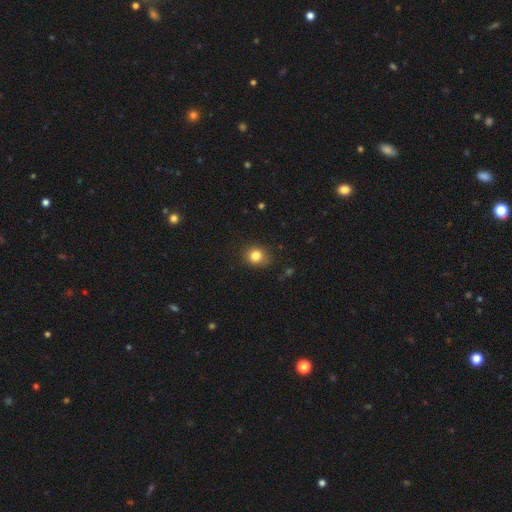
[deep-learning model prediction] This appears to be a smooth galaxy with no disk features (82%) that is round (73%). Merging: none (83%).